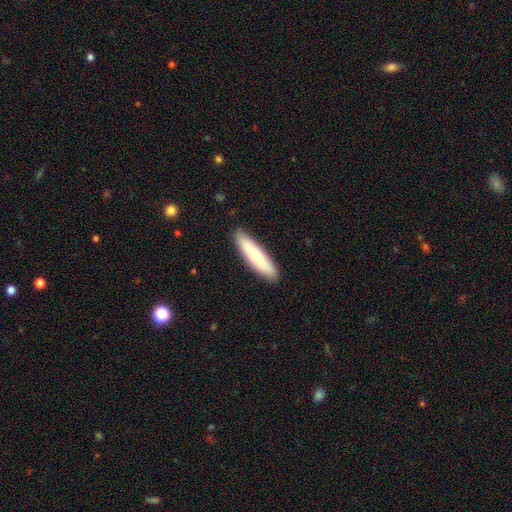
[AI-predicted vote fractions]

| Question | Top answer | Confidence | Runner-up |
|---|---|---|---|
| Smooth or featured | smooth | 79% | featured or disk (16%) |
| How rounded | cigar-shaped | 83% | in between (15%) |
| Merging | none | 90% | minor disturbance (8%) |